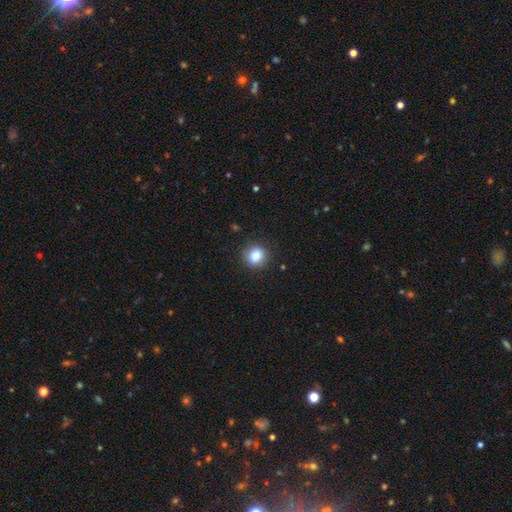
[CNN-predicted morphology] This is clearly a smooth galaxy (85%). How rounded: likely round (76%). Merging: clearly none (88%).